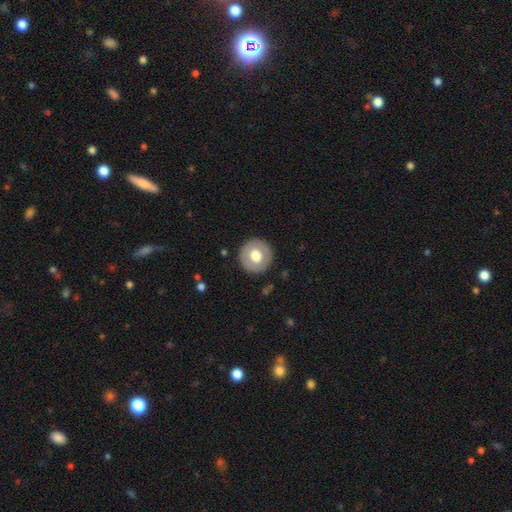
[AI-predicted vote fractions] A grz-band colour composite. It shows a smooth galaxy with no disk features (62%) that is round (93%). Merging: none (89%).